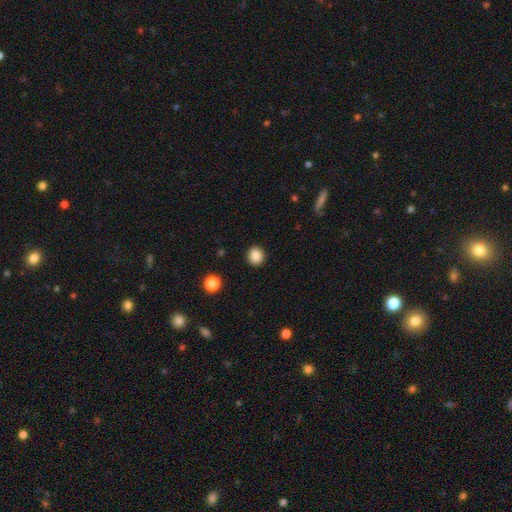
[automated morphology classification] smooth 87%, star or artifact 10%, featured or disk 3%. Down the decision tree: how rounded — round (89%); merging — none (92%).